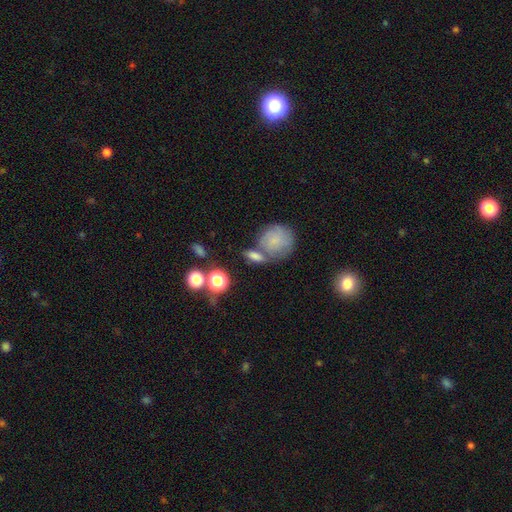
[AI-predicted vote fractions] Overall: smooth (66%). How rounded: round (54%; in between 40%). Merging: none (46%; merger 31%).